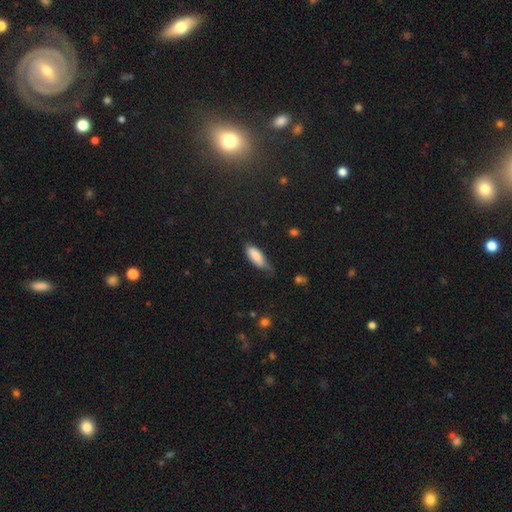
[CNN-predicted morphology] Overall: smooth (82%). How rounded: in between (73%). Merging: minor disturbance (44%; none 38%).